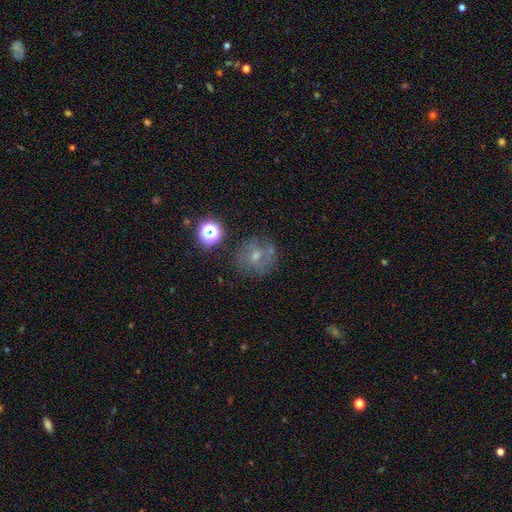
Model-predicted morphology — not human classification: featured or disk 44%, smooth 33%, star or artifact 23%. Down the decision tree: merging — none (71%).